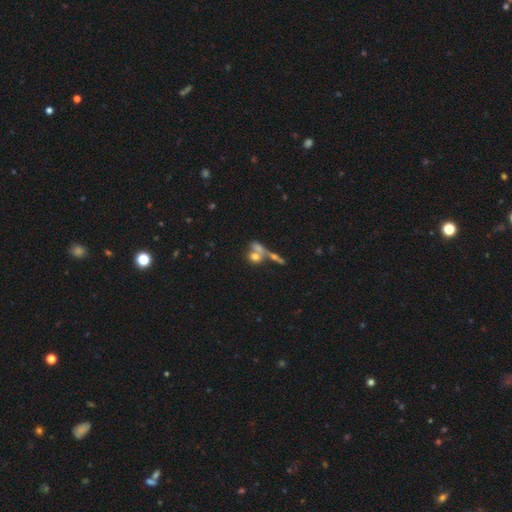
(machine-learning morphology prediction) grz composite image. It shows a smooth galaxy with no disk features (60%) that is round (52%). Merging: merger (50%).